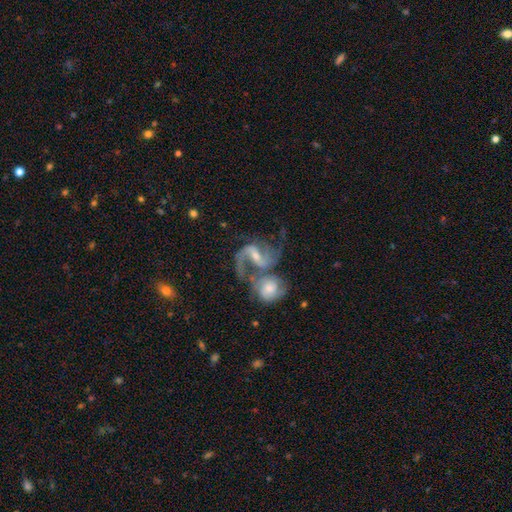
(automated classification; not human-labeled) Smooth or featured? featured or disk (88%)
Edge-on disk? no (97%)
Bar? weak (45%)
Spiral arms? yes (97%)
Spiral winding? medium (47%)
Spiral arm count? 2 (82%)
Bulge size? small (48%)
Merging? merger (55%)